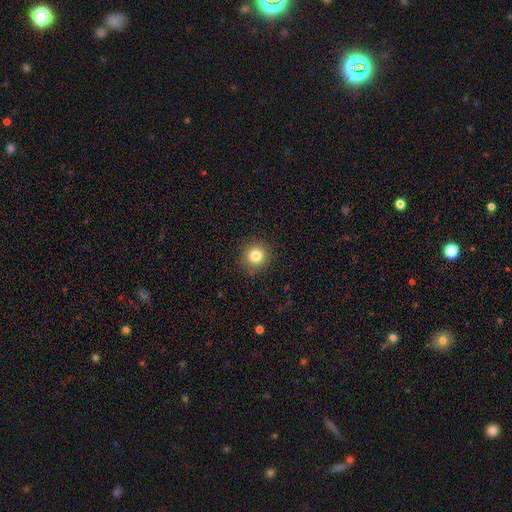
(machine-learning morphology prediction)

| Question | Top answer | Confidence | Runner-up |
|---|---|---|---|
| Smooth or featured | smooth | 82% | star or artifact (11%) |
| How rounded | round | 93% | in between (6%) |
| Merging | none | 90% | minor disturbance (7%) |